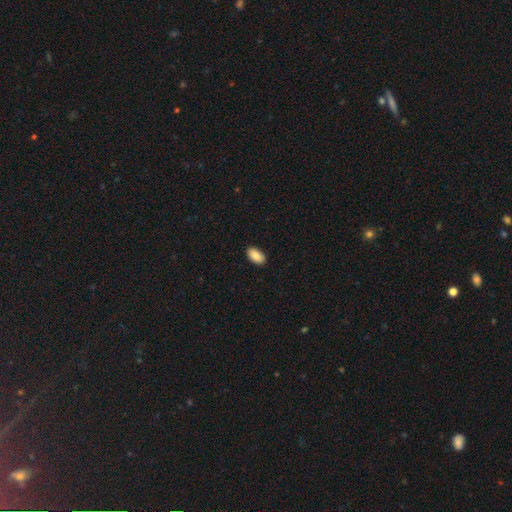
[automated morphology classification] smooth-or-featured: smooth: 86% | featured or disk: 8% | star or artifact: 7%
  how-rounded: in between: 94% | round: 5% | cigar-shaped: 2%
  merging: none: 89% | minor disturbance: 8% | major disturbance: 2% | merger: 1%